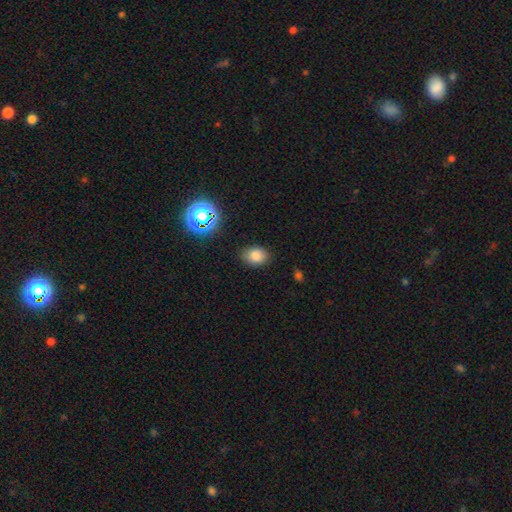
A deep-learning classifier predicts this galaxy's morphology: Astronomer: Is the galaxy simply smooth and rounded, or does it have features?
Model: smooth — 81%.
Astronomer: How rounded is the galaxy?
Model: in between — 68%.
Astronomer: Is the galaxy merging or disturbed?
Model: none — 84%.